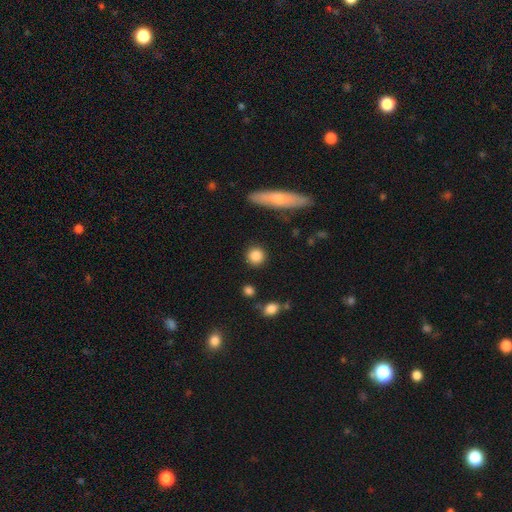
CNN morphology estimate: This is clearly a smooth galaxy (86%). How rounded: clearly round (91%). Merging: clearly none (89%).